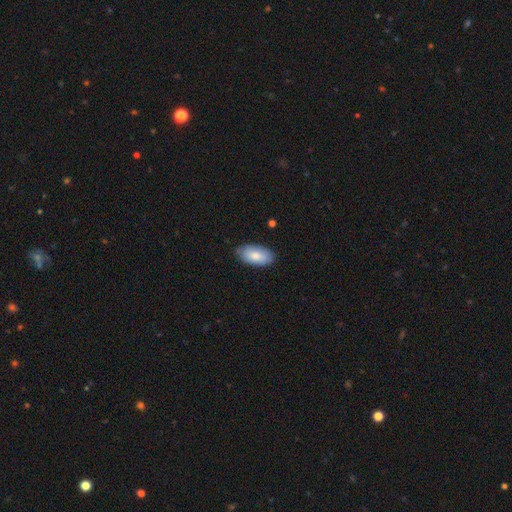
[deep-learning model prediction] Smooth or featured? Predicted: smooth (p=0.81). How rounded? Predicted: in between (p=0.94). Merging? Predicted: none (p=0.83).